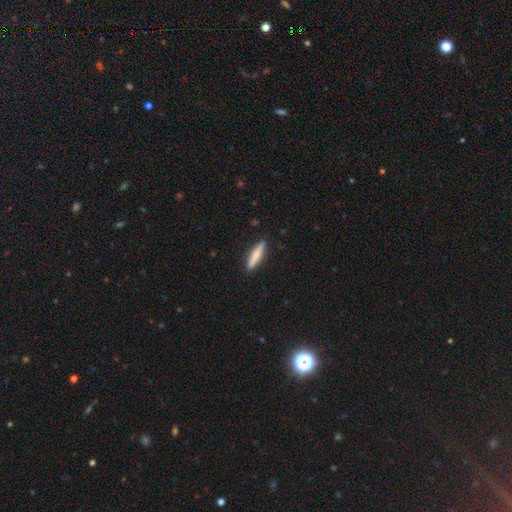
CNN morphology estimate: Q: Smooth or featured?
A: smooth (67%); runner-up: featured or disk (28%)
Q: How rounded?
A: cigar-shaped (87%); runner-up: in between (11%)
Q: Merging?
A: none (90%); runner-up: minor disturbance (7%)